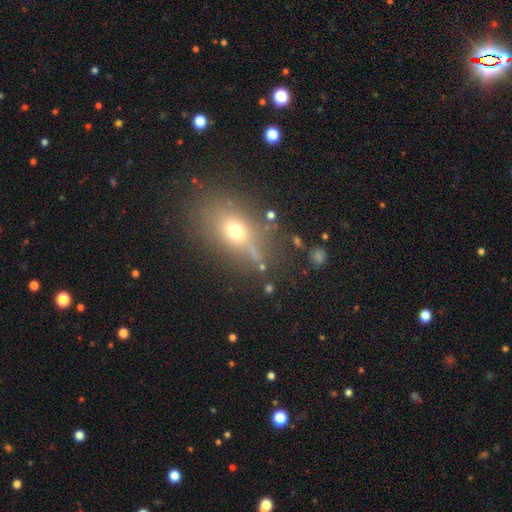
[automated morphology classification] Q: Smooth or featured?
A: smooth (53%); runner-up: featured or disk (26%)
Q: How rounded?
A: in between (58%); runner-up: round (33%)
Q: Merging?
A: none (65%); runner-up: minor disturbance (18%)